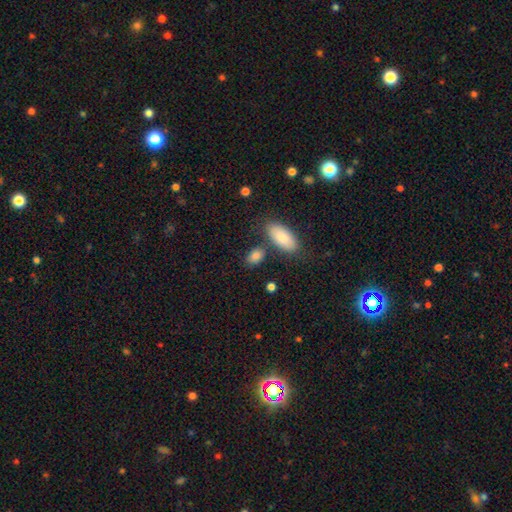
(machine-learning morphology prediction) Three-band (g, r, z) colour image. It shows a smooth galaxy with no disk features (86%) that is in between round and cigar-shaped (86%). Merging: none (70%).